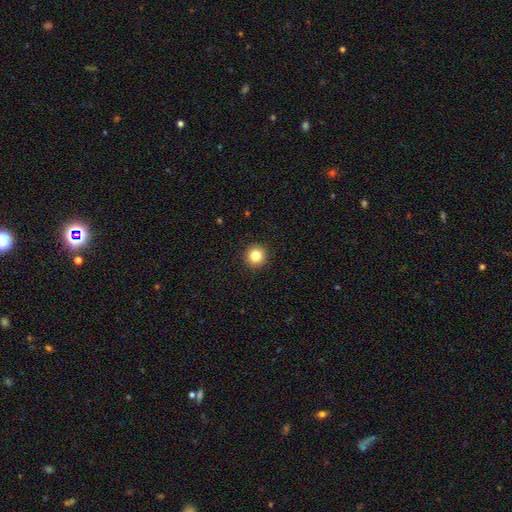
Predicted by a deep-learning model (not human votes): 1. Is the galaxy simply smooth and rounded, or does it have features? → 84% smooth, 11% star or artifact, 5% featured or disk.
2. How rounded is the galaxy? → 94% round, 5% in between, 1% cigar-shaped.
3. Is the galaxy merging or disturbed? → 93% none, 5% minor disturbance, 2% major disturbance, 1% merger.